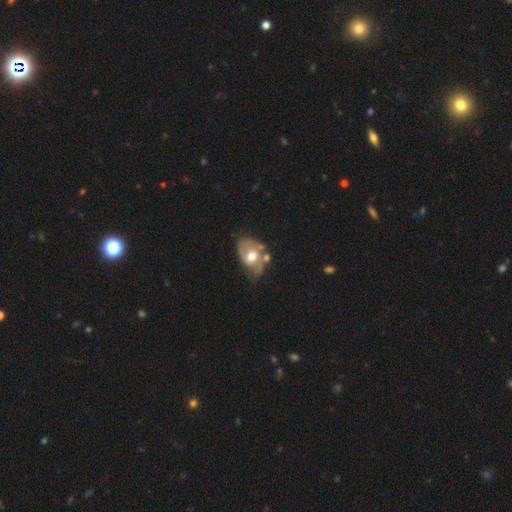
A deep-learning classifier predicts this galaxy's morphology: A featured or disk galaxy (58%) with no bar (72%), spiral arms (59%) and a moderate central bulge (69%). Merging: none (38%).